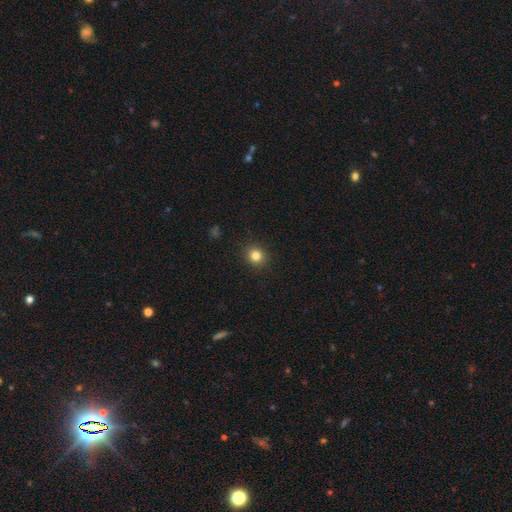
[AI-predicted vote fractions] Morphology: type=smooth (82%); roundness=round (88%); merging=none (92%).